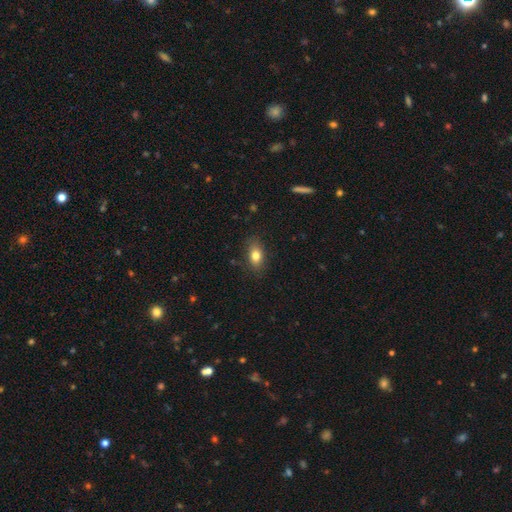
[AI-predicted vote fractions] Q: Smooth or featured?
A: smooth (79%); runner-up: featured or disk (11%)
Q: How rounded?
A: in between (82%); runner-up: round (14%)
Q: Merging?
A: none (84%); runner-up: minor disturbance (12%)